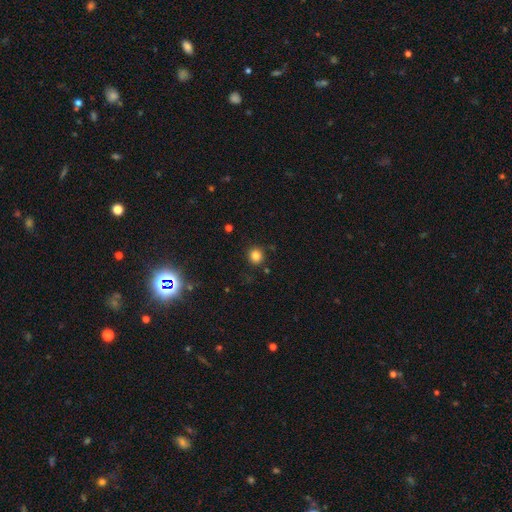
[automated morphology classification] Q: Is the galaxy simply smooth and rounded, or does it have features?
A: smooth — 82%.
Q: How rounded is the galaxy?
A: round — 92%.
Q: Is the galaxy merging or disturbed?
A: none — 89%.